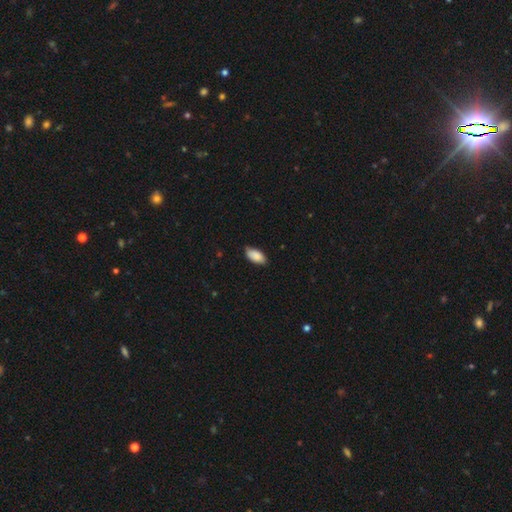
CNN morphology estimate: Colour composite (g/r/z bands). It shows a smooth galaxy with no disk features (88%) that is in between round and cigar-shaped (94%). Merging: none (78%).